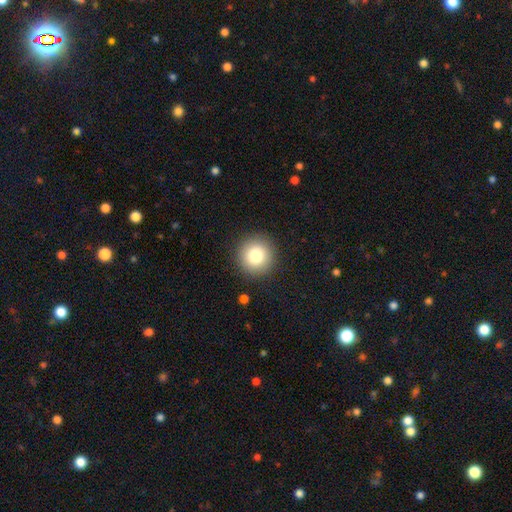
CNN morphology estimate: Smooth or featured? Predicted: smooth (p=0.81). How rounded? Predicted: round (p=0.95). Merging? Predicted: none (p=0.91).